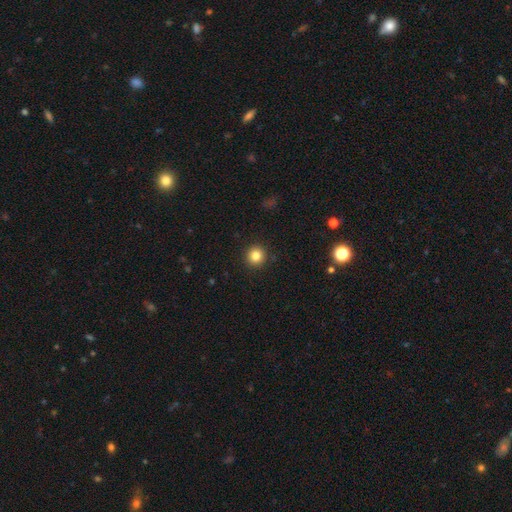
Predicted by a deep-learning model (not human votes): Morphology: type=smooth (83%); roundness=round (93%); merging=none (92%).